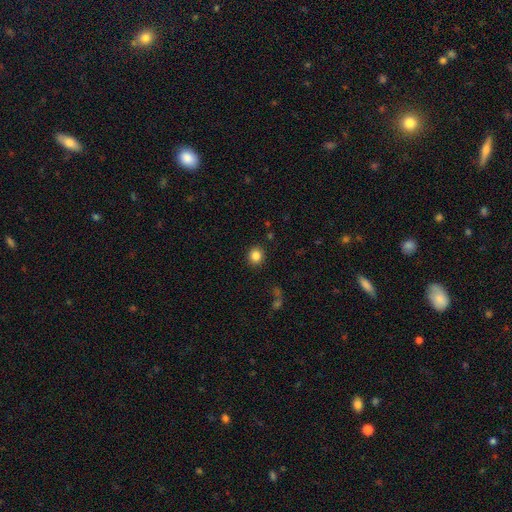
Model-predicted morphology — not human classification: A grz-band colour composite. It shows a smooth galaxy with no disk features (84%) that is round (86%). Merging: none (90%).